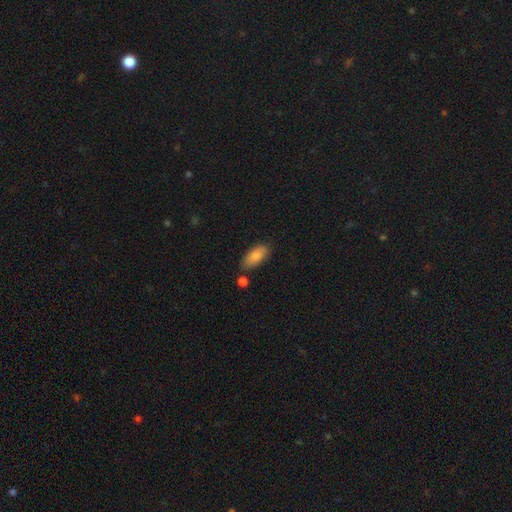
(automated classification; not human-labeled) smooth 84%, featured or disk 10%, star or artifact 6%. Down the decision tree: how rounded — in between (88%); merging — none (76%).